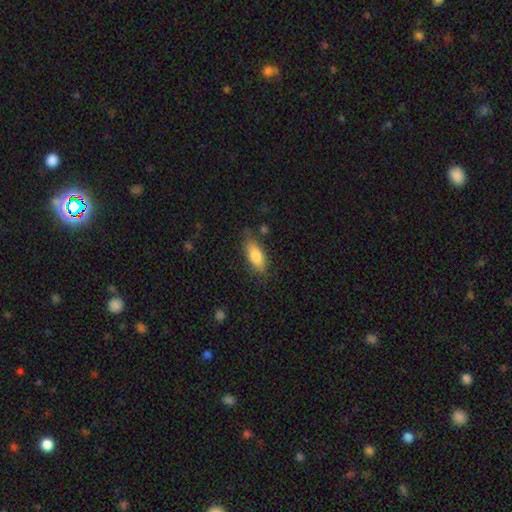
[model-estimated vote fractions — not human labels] smooth_or_featured: smooth (p=0.79) [alt: featured or disk p=0.14]
how_rounded: in between (p=0.80) [alt: cigar-shaped p=0.18]
merging: none (p=0.73) [alt: minor disturbance p=0.19]